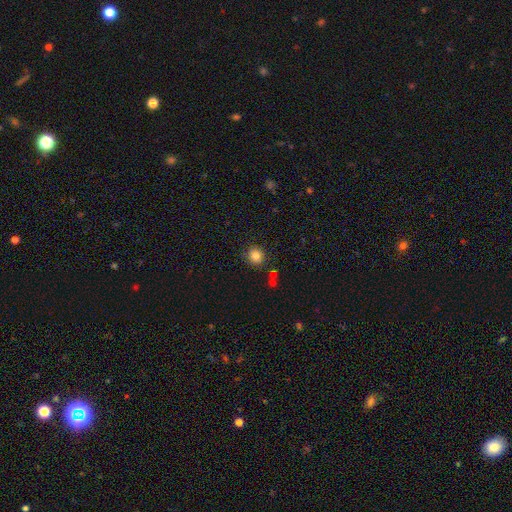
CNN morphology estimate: Smooth or featured? smooth (84%)
How rounded? round (88%)
Merging? none (84%)